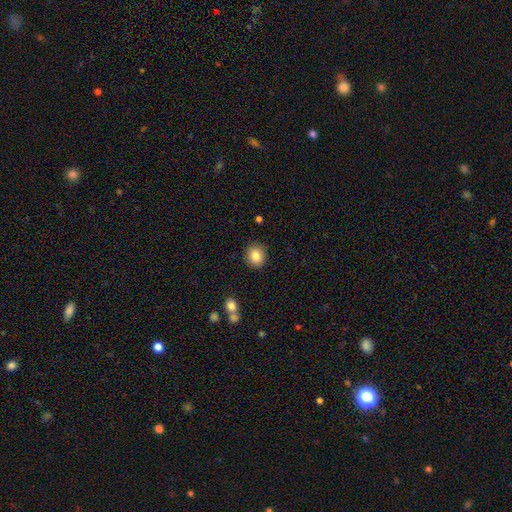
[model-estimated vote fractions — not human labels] smooth-or-featured: smooth: 85% | star or artifact: 9% | featured or disk: 7%
  how-rounded: round: 78% | in between: 21% | cigar-shaped: 1%
  merging: none: 88% | minor disturbance: 8% | major disturbance: 2% | merger: 2%